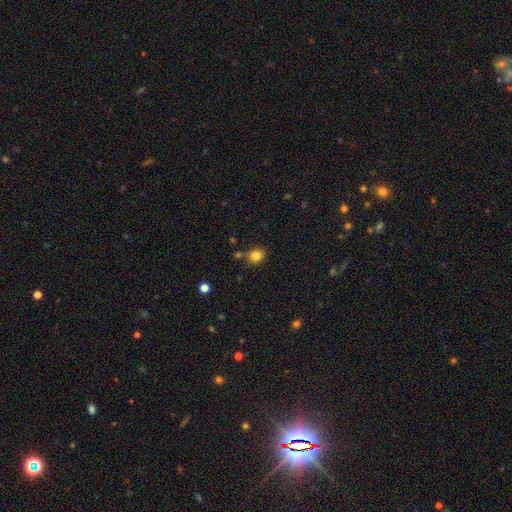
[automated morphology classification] A smooth galaxy with no disk features (83%) that is round (77%).

Vote fractions:
- Smooth or featured? smooth: 83% / star or artifact: 11% / featured or disk: 6%
- How rounded? round: 77% / in between: 22% / cigar-shaped: 1%
- Merging? none: 79% / minor disturbance: 11% / merger: 7% / major disturbance: 3%